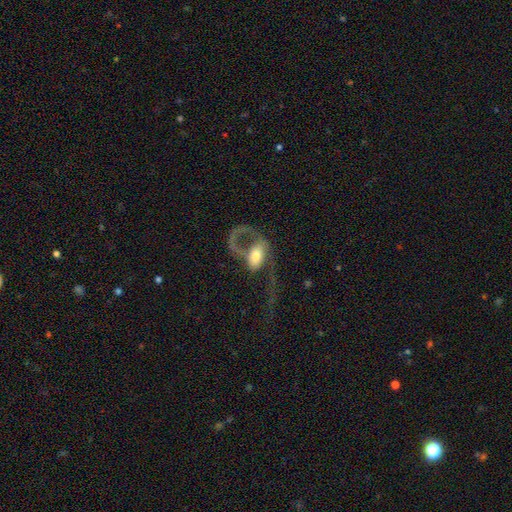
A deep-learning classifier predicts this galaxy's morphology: featured or disk 59%, smooth 34%, star or artifact 7%. Down the decision tree: edge-on disk — no (93%); bar — no (63%); spiral arms — yes (58%); bulge size — moderate (54%); merging — major disturbance (67%).